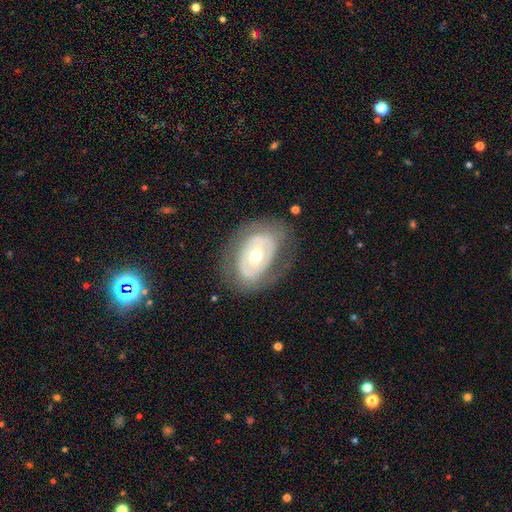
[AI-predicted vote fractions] Q: Smooth or featured?
A: featured or disk (68%); runner-up: smooth (26%)
Q: Edge-on disk?
A: no (94%); runner-up: yes (6%)
Q: Bar?
A: no (67%); runner-up: weak (21%)
Q: Spiral arms?
A: no (63%); runner-up: yes (37%)
Q: Bulge size?
A: moderate (58%); runner-up: small (38%)
Q: Merging?
A: none (71%); runner-up: minor disturbance (18%)